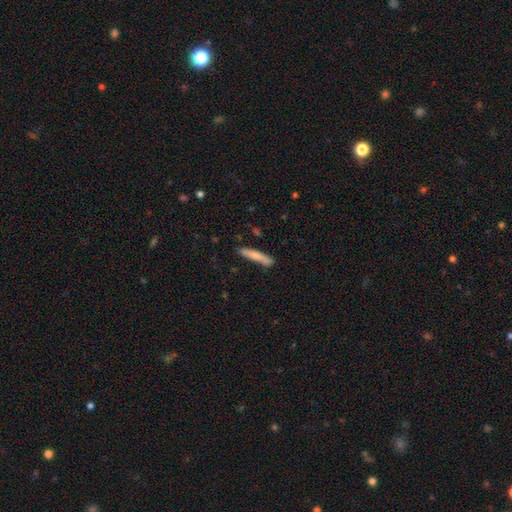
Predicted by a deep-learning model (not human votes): This appears to be a smooth galaxy with no disk features (73%) that is cigar-shaped (91%). Merging: none (82%).